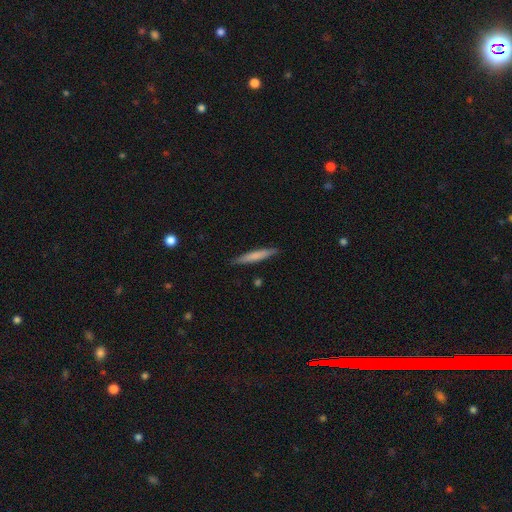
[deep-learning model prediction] A smooth galaxy with no disk features (71%) that is cigar-shaped (94%). Merging: none (89%).